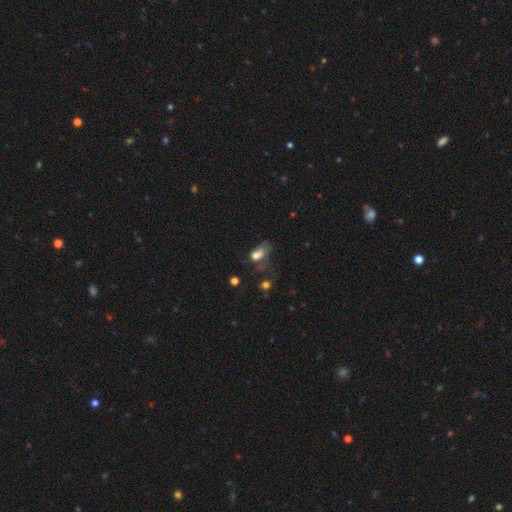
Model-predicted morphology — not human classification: Overall: smooth (59%; featured or disk 25%). How rounded: in between (83%). Merging: major disturbance (47%; none 23%).